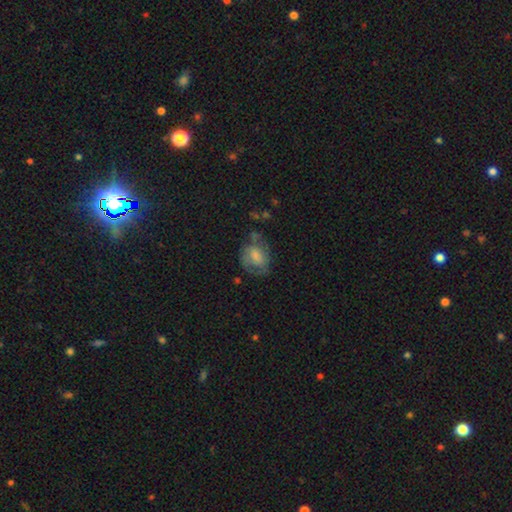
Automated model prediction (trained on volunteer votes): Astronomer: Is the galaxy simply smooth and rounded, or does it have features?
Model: smooth — 53% (runner-up: featured or disk, 39%).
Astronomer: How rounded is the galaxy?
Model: in between — 60% (runner-up: round, 39%).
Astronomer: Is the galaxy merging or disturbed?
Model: none — 47% (runner-up: minor disturbance, 27%).